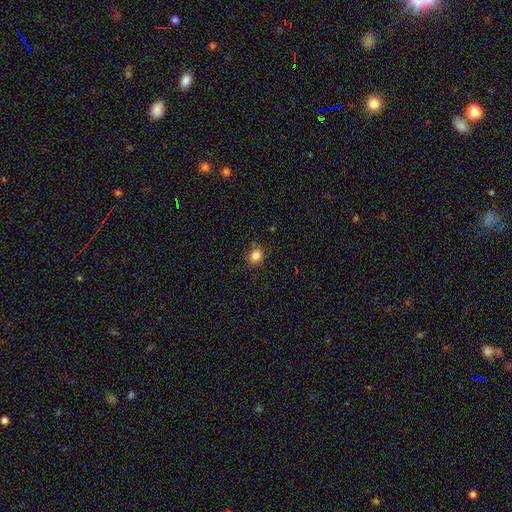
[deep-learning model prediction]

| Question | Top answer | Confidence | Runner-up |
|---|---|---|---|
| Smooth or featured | smooth | 83% | star or artifact (12%) |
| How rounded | round | 61% | in between (38%) |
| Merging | none | 81% | minor disturbance (14%) |